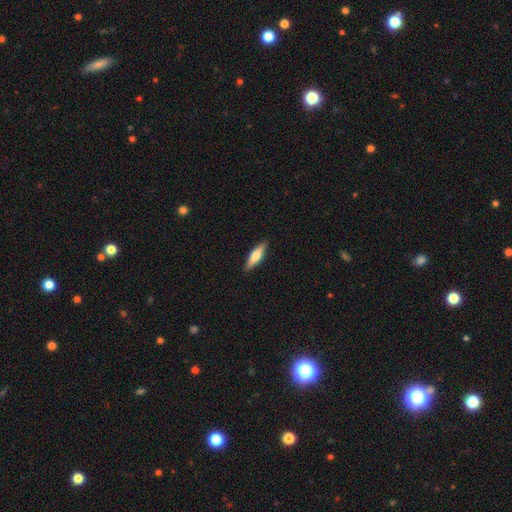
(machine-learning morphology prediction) Q: Smooth or featured?
A: smooth (54%); runner-up: featured or disk (40%)
Q: How rounded?
A: cigar-shaped (66%); runner-up: in between (32%)
Q: Merging?
A: none (90%); runner-up: minor disturbance (8%)